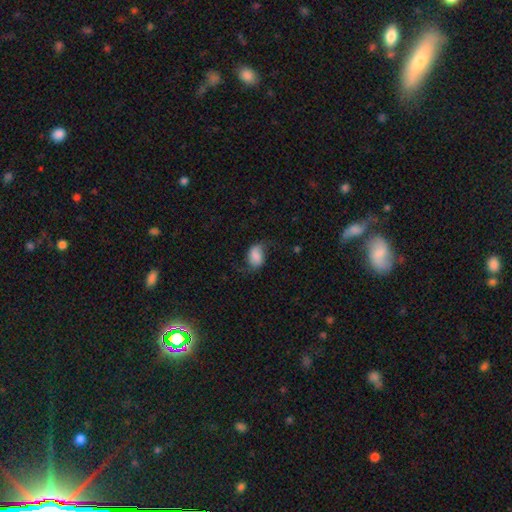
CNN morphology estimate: The model was most divided on "merging": none: 58%, minor disturbance: 25%, major disturbance: 15%, merger: 2%. More confident: how rounded — in between (78%); smooth or featured — smooth (63%).